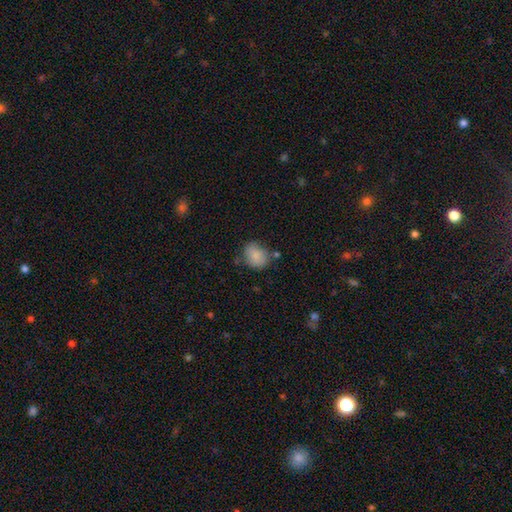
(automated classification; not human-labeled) Smooth or featured? Predicted: smooth (p=0.82). How rounded? Predicted: round (p=0.56). Merging? Predicted: none (p=0.65).